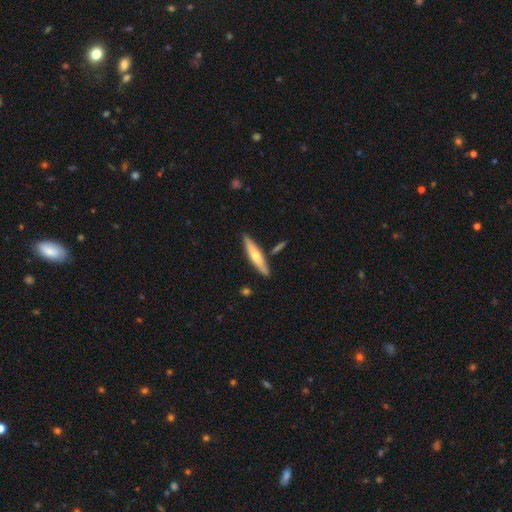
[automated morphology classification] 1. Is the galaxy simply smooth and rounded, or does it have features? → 48% smooth, 46% featured or disk, 6% star or artifact.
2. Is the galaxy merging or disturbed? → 85% none, 9% minor disturbance, 4% merger, 2% major disturbance.